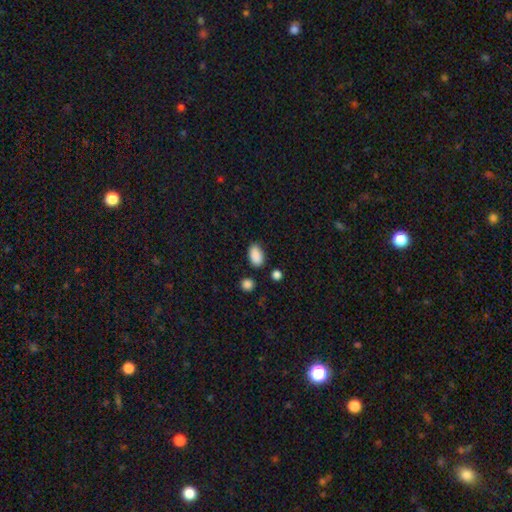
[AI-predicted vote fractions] Smooth or featured: smooth — 89% (star or artifact — 8%)
How rounded: in between — 91% (round — 7%)
Merging: none — 80% (minor disturbance — 13%)